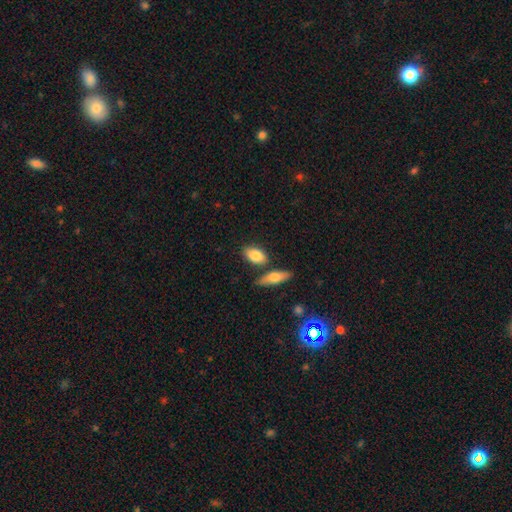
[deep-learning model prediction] A smooth galaxy with no disk features (83%) that is in between round and cigar-shaped (89%). Merging: none (68%).